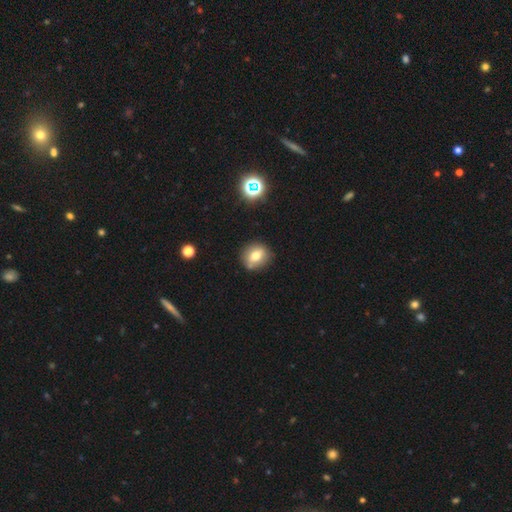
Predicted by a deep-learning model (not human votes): This appears to be a smooth galaxy with no disk features (70%) that is round (74%). Merging: none (80%).